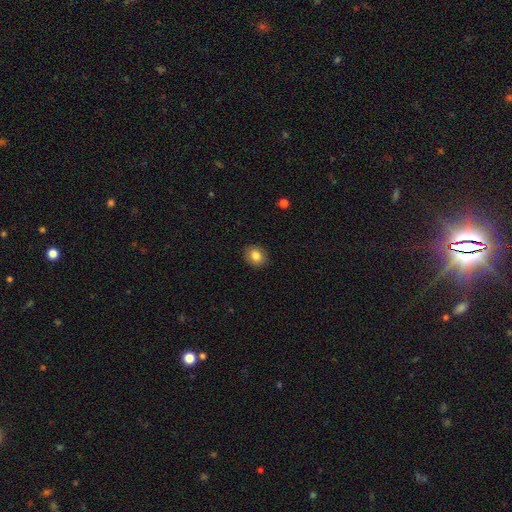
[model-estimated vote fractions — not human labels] smooth_or_featured: smooth (p=0.84) [alt: star or artifact p=0.09]
how_rounded: round (p=0.62) [alt: in between p=0.37]
merging: none (p=0.90) [alt: minor disturbance p=0.07]